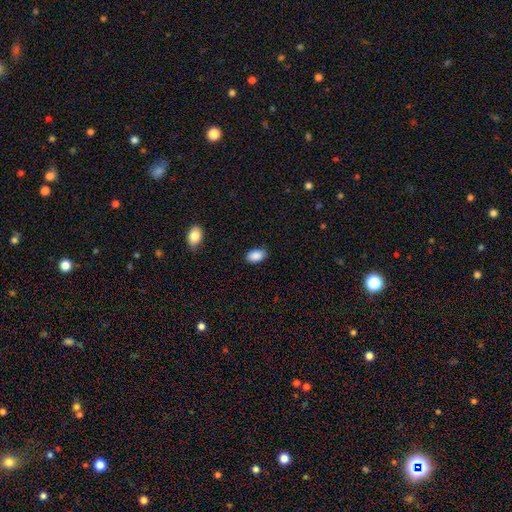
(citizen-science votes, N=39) A smooth galaxy with no disk features (87%) that is in between round and cigar-shaped (97%). Merging: none (91%).